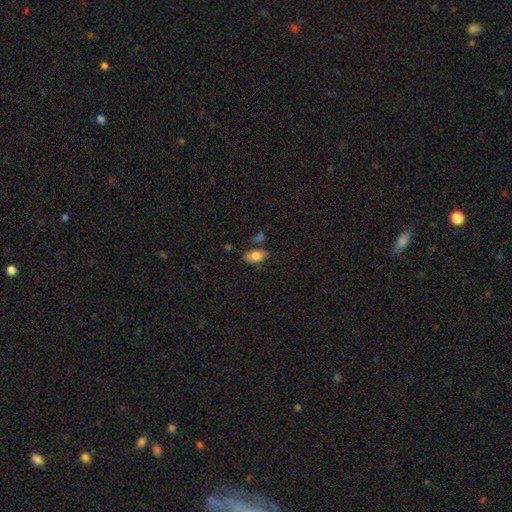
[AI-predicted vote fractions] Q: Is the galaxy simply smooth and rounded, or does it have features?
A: smooth — 78%.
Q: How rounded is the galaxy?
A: in between — 88%.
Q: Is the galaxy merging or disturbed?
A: none — 70%.